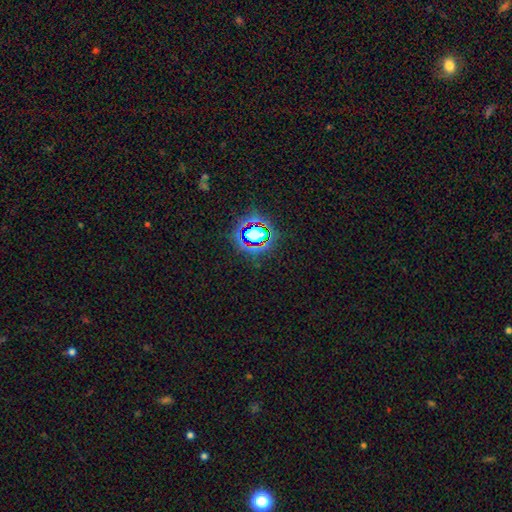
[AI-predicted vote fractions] star or artifact 77%, smooth 14%, featured or disk 8%.